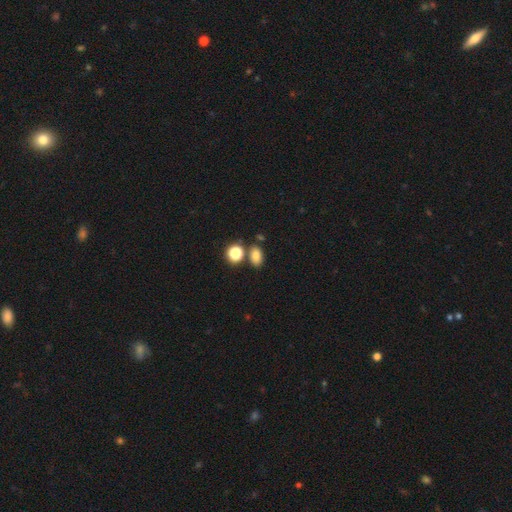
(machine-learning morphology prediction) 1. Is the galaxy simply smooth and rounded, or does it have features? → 80% smooth, 14% star or artifact, 7% featured or disk.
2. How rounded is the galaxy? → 77% in between, 22% round, 2% cigar-shaped.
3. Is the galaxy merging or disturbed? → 73% none, 14% merger, 11% minor disturbance, 3% major disturbance.